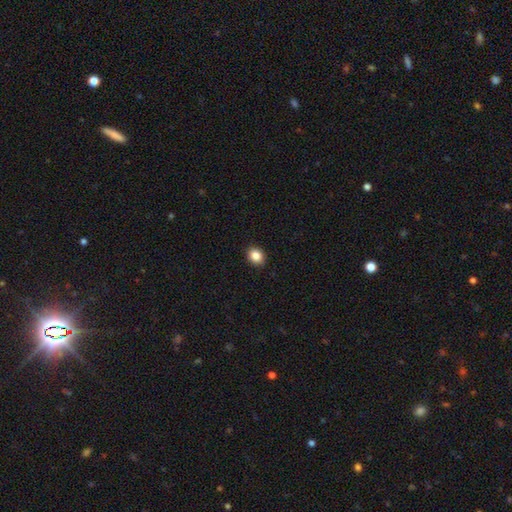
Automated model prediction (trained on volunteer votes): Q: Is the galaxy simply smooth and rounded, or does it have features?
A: smooth — 86%.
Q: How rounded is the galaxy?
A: round — 63%.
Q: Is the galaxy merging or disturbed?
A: none — 91%.